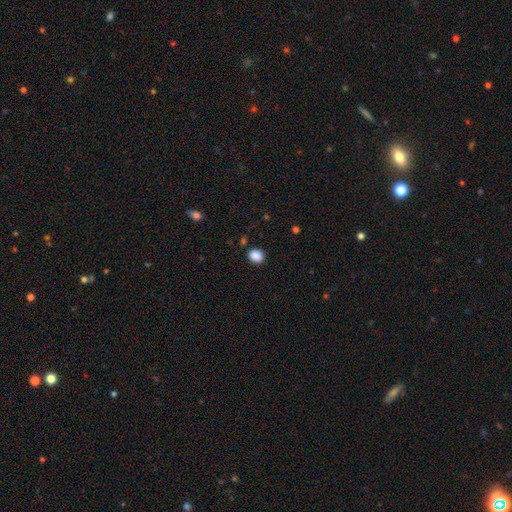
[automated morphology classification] This is clearly a smooth galaxy (88%). How rounded: likely round (63%). Merging: clearly none (85%).